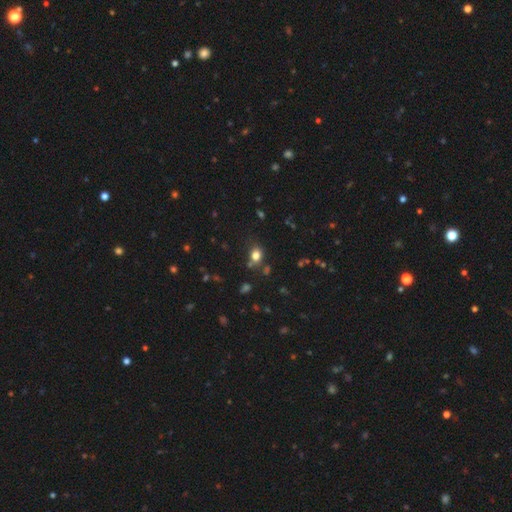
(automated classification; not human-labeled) Smooth or featured? Predicted: smooth (p=0.78). How rounded? Predicted: round (p=0.50). Merging? Predicted: none (p=0.69).